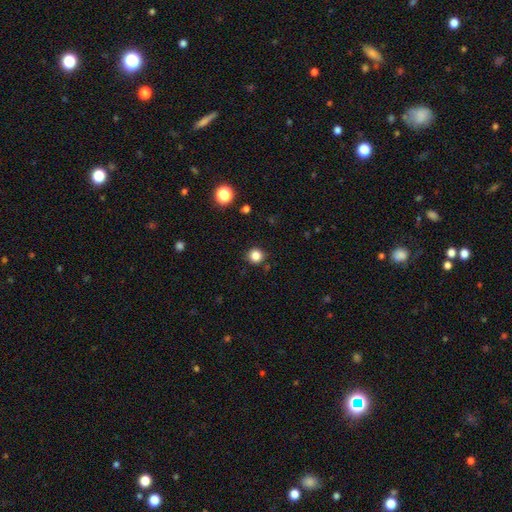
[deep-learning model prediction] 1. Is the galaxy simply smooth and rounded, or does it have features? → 84% smooth, 12% star or artifact, 4% featured or disk.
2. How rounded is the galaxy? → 92% round, 7% in between, 1% cigar-shaped.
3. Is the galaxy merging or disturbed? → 88% none, 8% minor disturbance, 2% major disturbance, 2% merger.